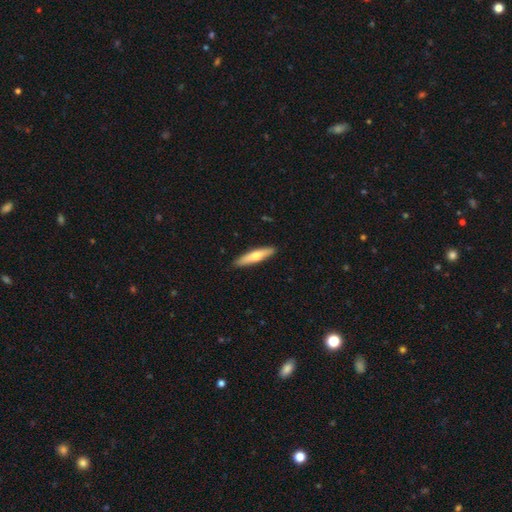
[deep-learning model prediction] smooth 62%, featured or disk 33%, star or artifact 5%. Down the decision tree: how rounded — cigar-shaped (84%); merging — none (90%).